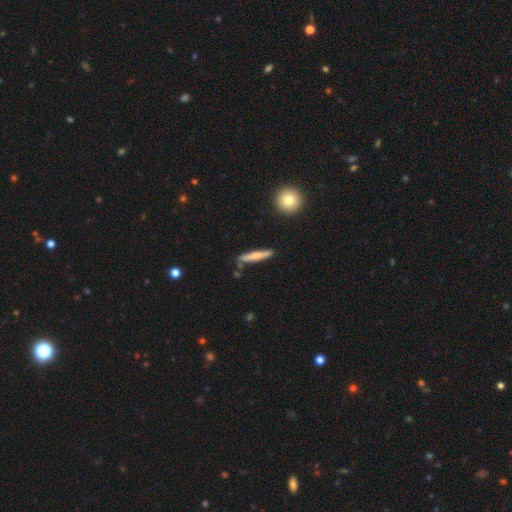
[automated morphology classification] Smooth or featured? smooth (63%)
How rounded? cigar-shaped (92%)
Merging? none (84%)